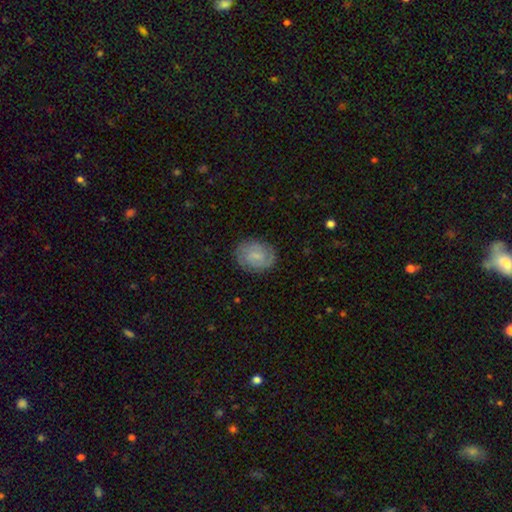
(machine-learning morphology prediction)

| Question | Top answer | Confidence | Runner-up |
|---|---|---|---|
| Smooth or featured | featured or disk | 63% | smooth (30%) |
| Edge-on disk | no | 98% | yes (2%) |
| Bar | weak | 50% | no (42%) |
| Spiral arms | yes | 92% | no (8%) |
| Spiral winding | tight | 55% | medium (36%) |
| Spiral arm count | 2 | 68% | can't tell (17%) |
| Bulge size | small | 57% | none (23%) |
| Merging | none | 84% | minor disturbance (12%) |